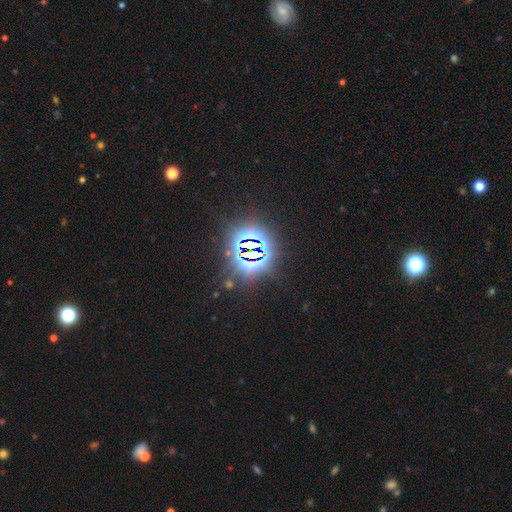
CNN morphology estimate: type=star or artifact (83%).